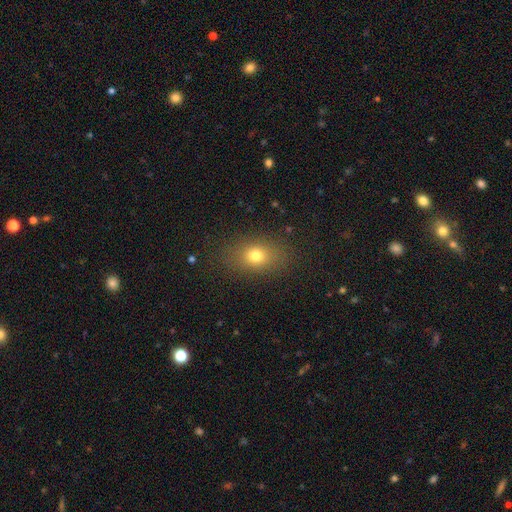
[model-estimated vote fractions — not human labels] The model was most divided on "how rounded": in between: 61%, round: 37%, cigar-shaped: 2%. More confident: merging — none (83%); smooth or featured — smooth (75%).